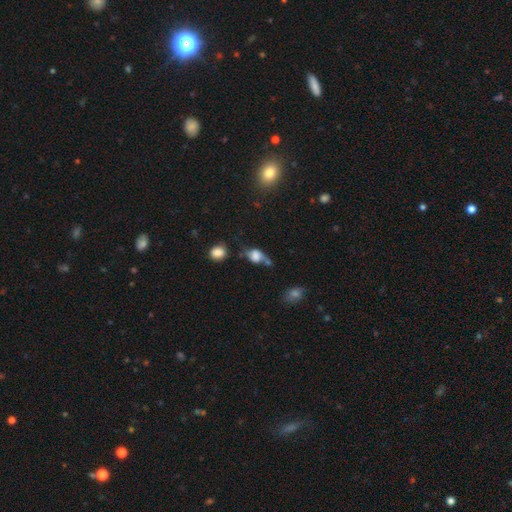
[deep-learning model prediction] The model was most divided on "merging": none: 32%, minor disturbance: 25%, major disturbance: 22%, merger: 21%. More confident: how rounded — in between (62%); smooth or featured — smooth (59%).